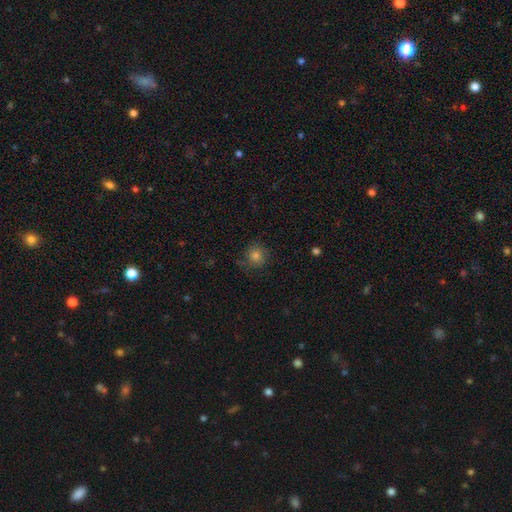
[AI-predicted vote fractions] smooth-or-featured: smooth: 74% | star or artifact: 16% | featured or disk: 10%
  how-rounded: round: 92% | in between: 7% | cigar-shaped: 1%
  merging: none: 79% | minor disturbance: 14% | major disturbance: 5% | merger: 1%